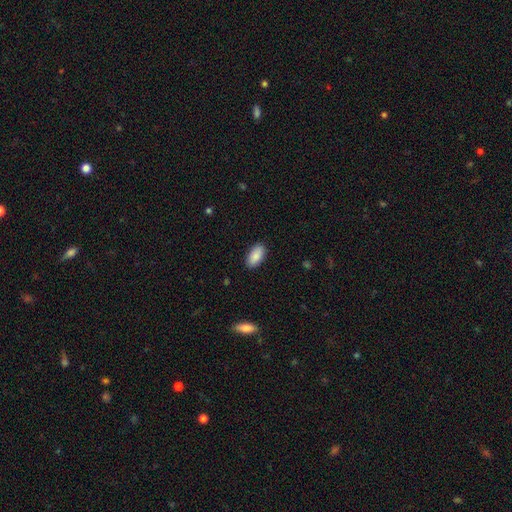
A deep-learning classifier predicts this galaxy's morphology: This is clearly a smooth galaxy (88%). How rounded: clearly in between (94%). Merging: clearly none (89%).